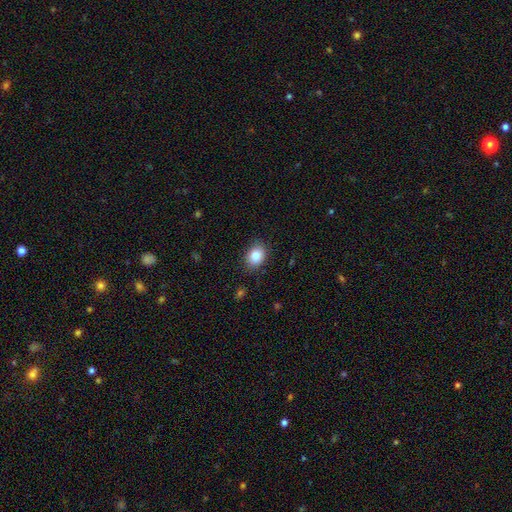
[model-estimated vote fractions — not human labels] A smooth galaxy with no disk features (85%) that is in between round and cigar-shaped (62%). Merging: none (84%).